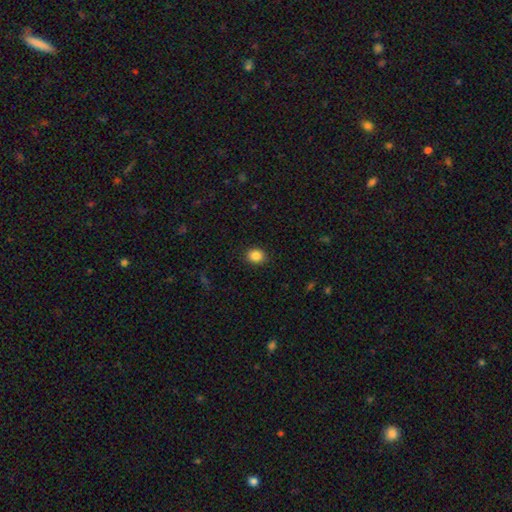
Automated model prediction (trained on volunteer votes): The model was most divided on "how rounded": round: 64%, in between: 36%, cigar-shaped: 1%. More confident: merging — none (90%); smooth or featured — smooth (86%).